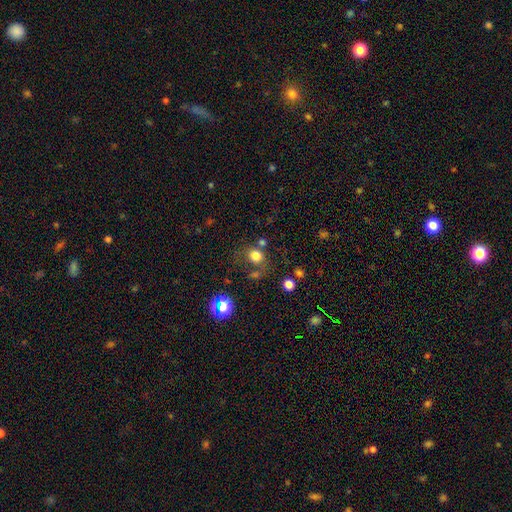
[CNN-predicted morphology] A smooth galaxy with no disk features (77%) that is round (75%). Merging: none (61%).